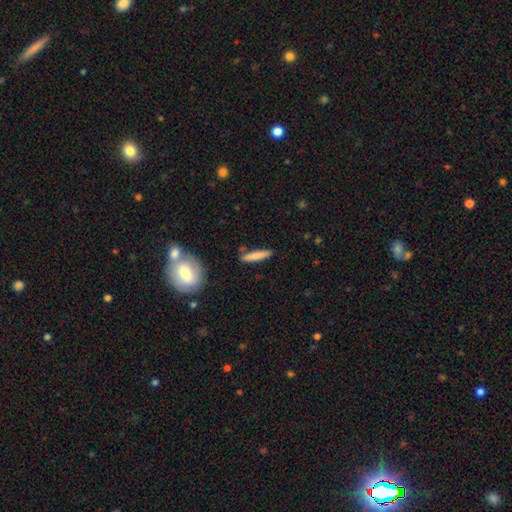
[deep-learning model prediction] Morphology: type=smooth (80%); roundness=cigar-shaped (88%); merging=none (84%).